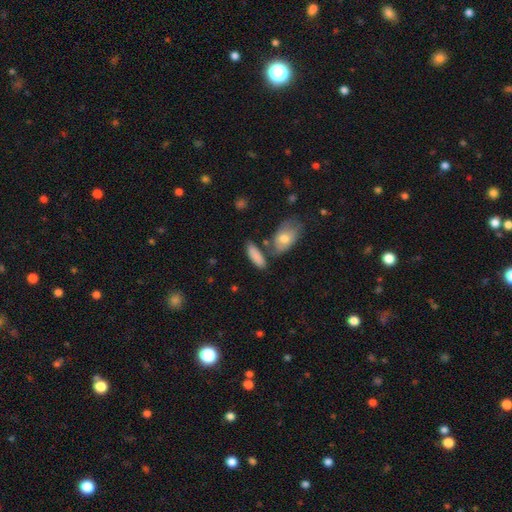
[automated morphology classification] Smooth or featured? Predicted: smooth (p=0.83). How rounded? Predicted: in between (p=0.69). Merging? Predicted: none (p=0.60).